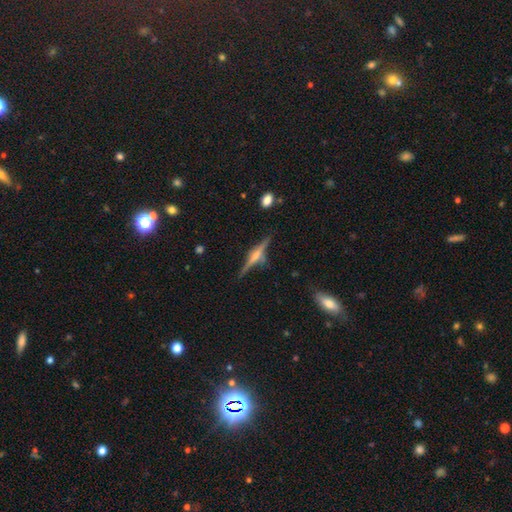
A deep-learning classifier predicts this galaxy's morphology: Smooth or featured? featured or disk (77%)
Edge-on disk? yes (97%)
Edge-on bulge? rounded (82%)
Merging? none (82%)